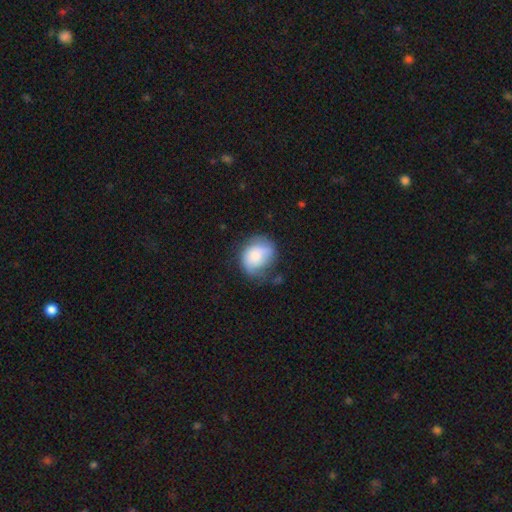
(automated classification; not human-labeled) smooth_or_featured: smooth (p=0.71) [alt: featured or disk p=0.21]
how_rounded: round (p=0.55) [alt: in between p=0.44]
merging: none (p=0.46) [alt: minor disturbance p=0.34]